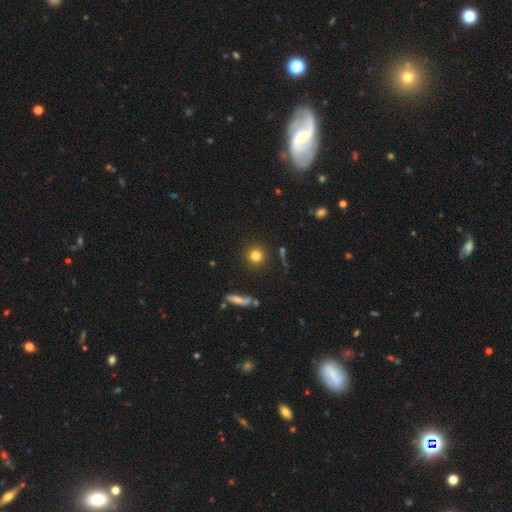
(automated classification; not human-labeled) A smooth galaxy with no disk features (79%) that is round (92%). Merging: none (87%).